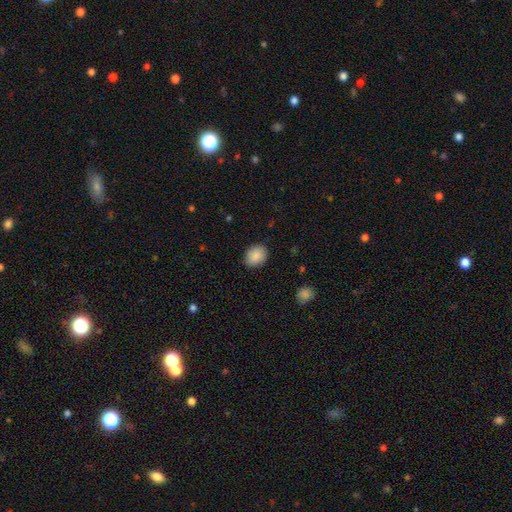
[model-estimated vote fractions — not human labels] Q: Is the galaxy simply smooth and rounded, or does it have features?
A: smooth — 89%.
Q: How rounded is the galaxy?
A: in between — 58%.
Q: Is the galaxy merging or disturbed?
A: none — 84%.